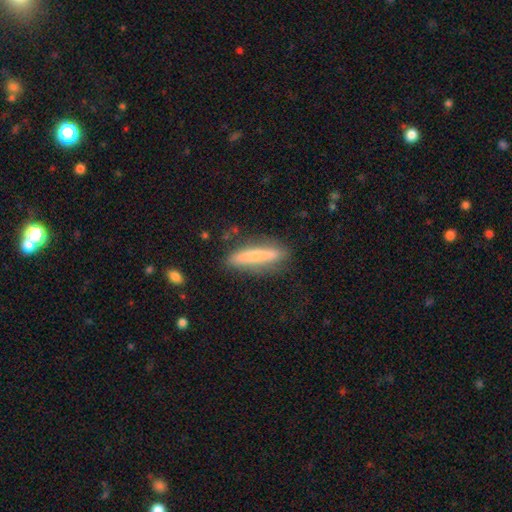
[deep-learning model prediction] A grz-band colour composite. It shows a smooth galaxy with no disk features (64%) that is cigar-shaped (87%). Merging: none (80%).